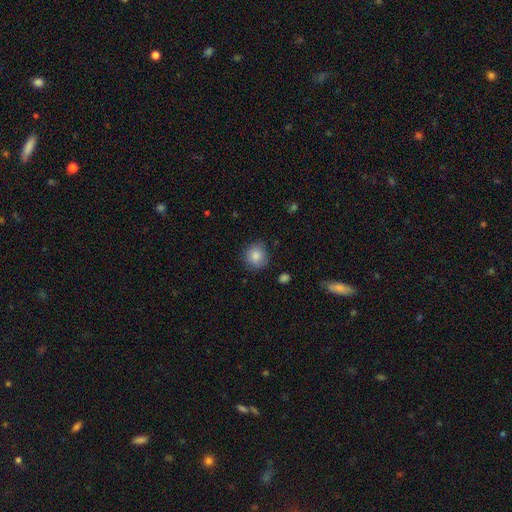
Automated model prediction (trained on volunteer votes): This appears to be a smooth galaxy with no disk features (85%) that is round (88%). Merging: none (80%).